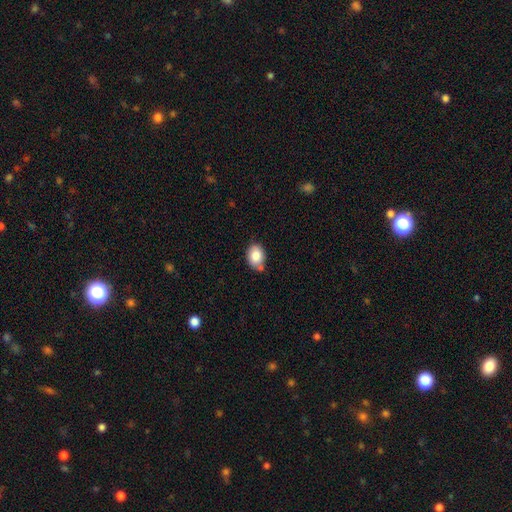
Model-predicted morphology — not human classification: smooth_or_featured: smooth (p=0.83) [alt: featured or disk p=0.09]
how_rounded: in between (p=0.71) [alt: round p=0.28]
merging: none (p=0.66) [alt: minor disturbance p=0.21]